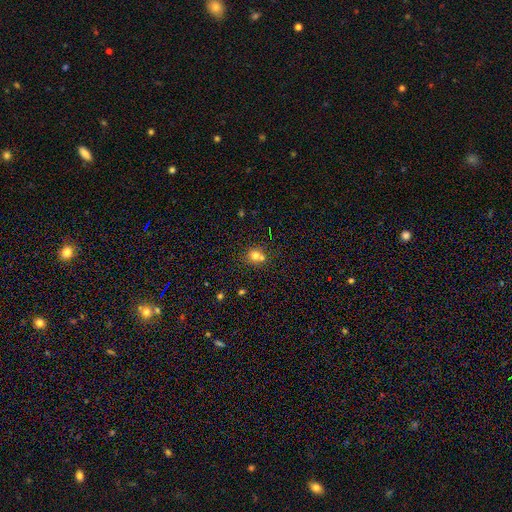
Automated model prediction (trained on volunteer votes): Smooth or featured: smooth — 73% (star or artifact — 15%)
How rounded: round — 82% (in between — 17%)
Merging: none — 49% (merger — 40%)